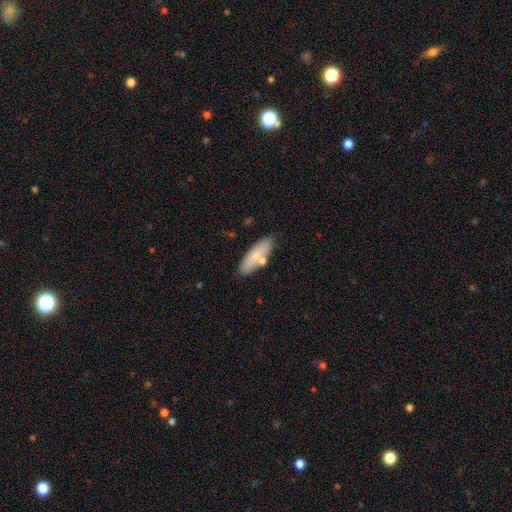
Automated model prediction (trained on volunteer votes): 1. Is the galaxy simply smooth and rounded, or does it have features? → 76% smooth, 18% featured or disk, 6% star or artifact.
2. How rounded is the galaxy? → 56% in between, 41% cigar-shaped, 2% round.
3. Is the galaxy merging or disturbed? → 75% none, 14% minor disturbance, 8% merger, 3% major disturbance.